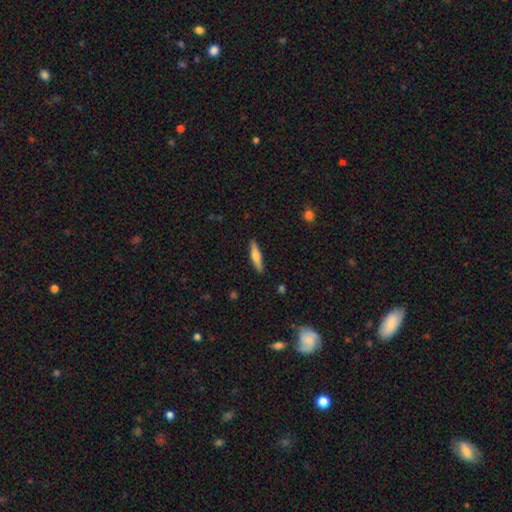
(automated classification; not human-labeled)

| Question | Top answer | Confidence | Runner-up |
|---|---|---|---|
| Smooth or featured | smooth | 60% | featured or disk (35%) |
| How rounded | cigar-shaped | 80% | in between (18%) |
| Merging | none | 90% | minor disturbance (7%) |